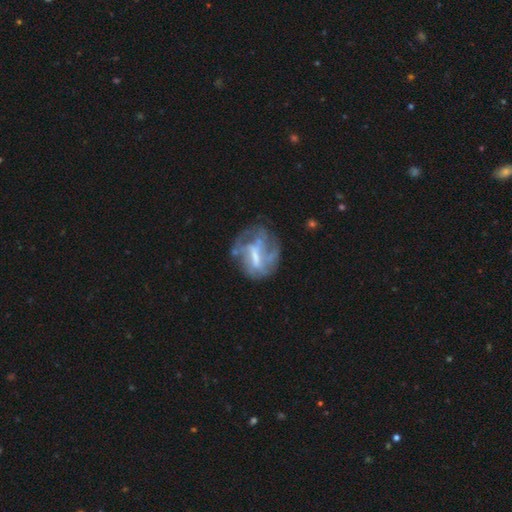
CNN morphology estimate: Q: Smooth or featured?
A: featured or disk (68%); runner-up: smooth (22%)
Q: Edge-on disk?
A: no (96%); runner-up: yes (4%)
Q: Bar?
A: weak (42%); runner-up: strong (35%)
Q: Spiral arms?
A: yes (52%); runner-up: no (48%)
Q: Bulge size?
A: moderate (32%); tied with: none (32%)
Q: Merging?
A: none (47%); runner-up: major disturbance (26%)